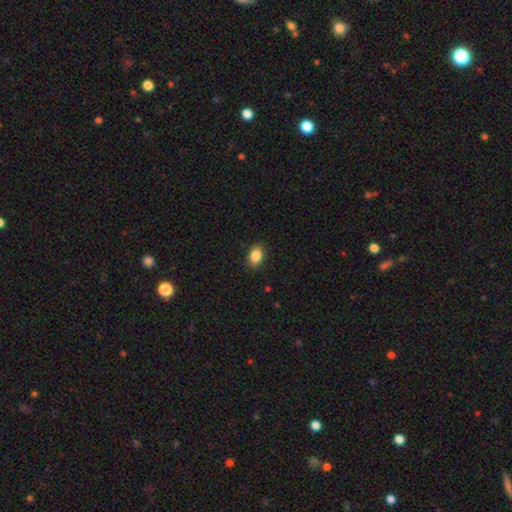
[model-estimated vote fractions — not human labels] A smooth galaxy with no disk features (87%) that is in between round and cigar-shaped (81%). Merging: none (88%).